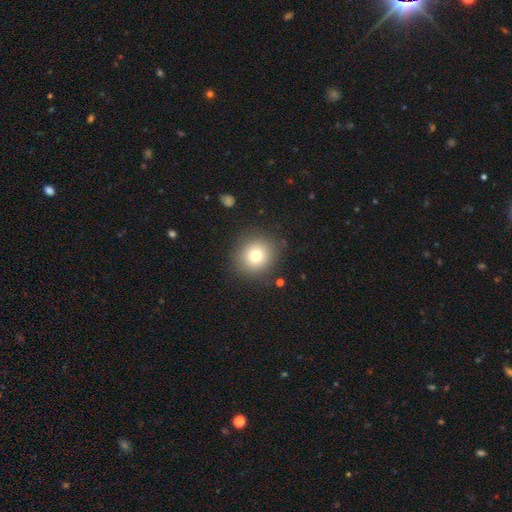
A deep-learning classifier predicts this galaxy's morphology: Smooth or featured?
  - smooth: 78% *
  - star or artifact: 12%
  - featured or disk: 11%
How rounded?
  - round: 88% *
  - in between: 11%
  - cigar-shaped: 1%
Merging?
  - none: 86% *
  - minor disturbance: 9%
  - major disturbance: 3%
  - merger: 2%